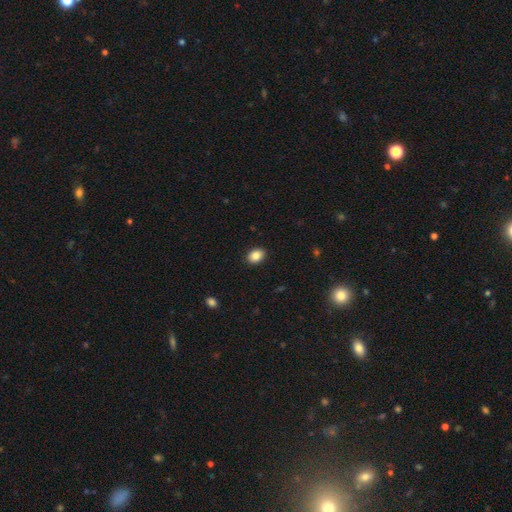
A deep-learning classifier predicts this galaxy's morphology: A smooth galaxy with no disk features (86%) that is in between round and cigar-shaped (70%).

Vote fractions:
- Smooth or featured? smooth: 86% / star or artifact: 9% / featured or disk: 5%
- How rounded? in between: 70% / round: 29% / cigar-shaped: 1%
- Merging? none: 90% / minor disturbance: 7% / major disturbance: 2% / merger: 1%